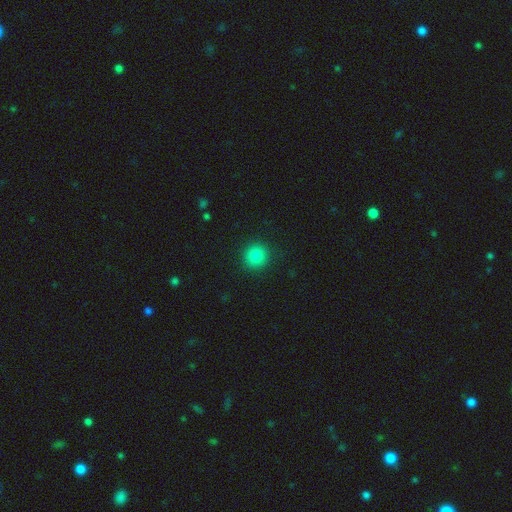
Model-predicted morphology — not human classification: smooth 85%, star or artifact 11%, featured or disk 4%. Down the decision tree: how rounded — round (93%); merging — none (91%).